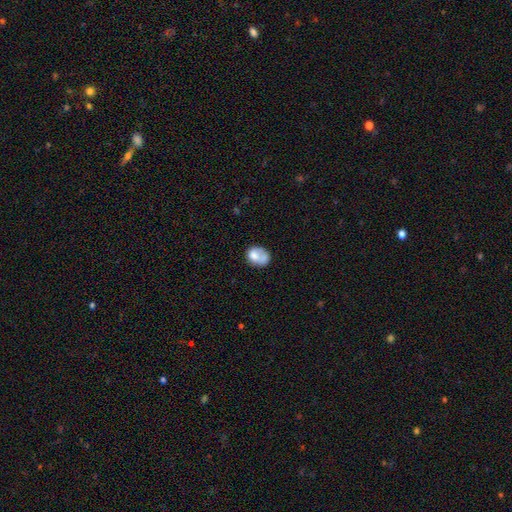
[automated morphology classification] Overall: smooth (70%). How rounded: in between (62%; round 37%). Merging: none (40%; minor disturbance 25%).